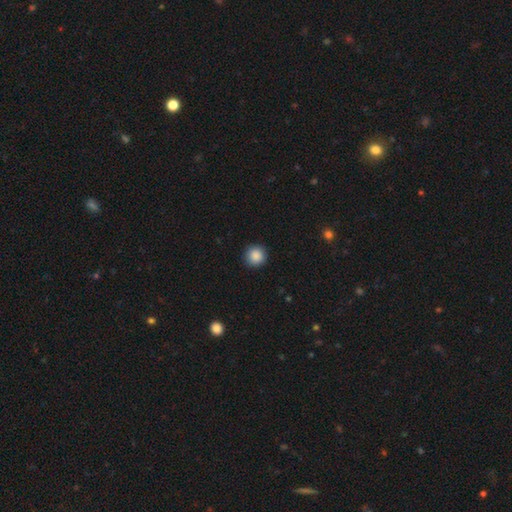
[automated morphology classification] Overall: smooth (88%). How rounded: round (94%). Merging: none (91%).